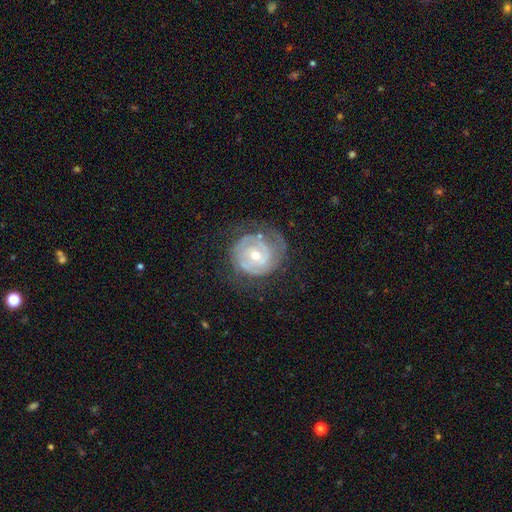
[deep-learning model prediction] Overall: featured or disk (80%). Edge-on disk: no (98%). Bar: no (59%; weak 32%). Spiral arms: yes (88%). Spiral arm count: 2 (39%; can't tell 36%). Spiral winding: tight (70%). Bulge size: moderate (52%; small 45%). Merging: none (63%).